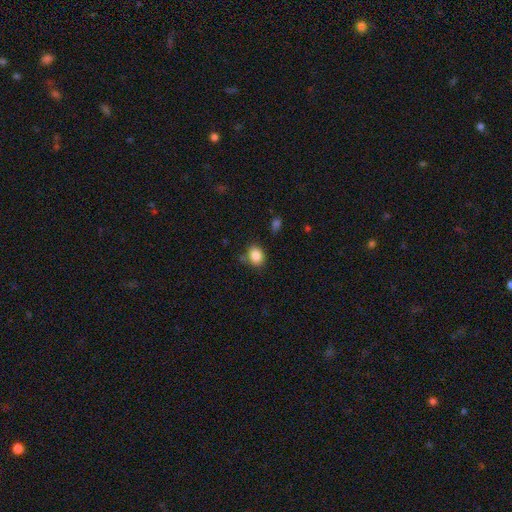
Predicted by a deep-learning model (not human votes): The model was most divided on "how rounded": round: 54%, in between: 45%, cigar-shaped: 1%. More confident: smooth or featured — smooth (86%); merging — none (71%).